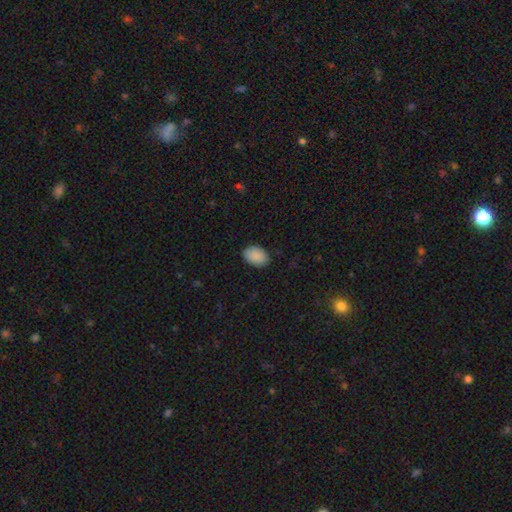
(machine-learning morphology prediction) This appears to be a smooth galaxy with no disk features (90%) that is in between round and cigar-shaped (84%). Merging: none (85%).